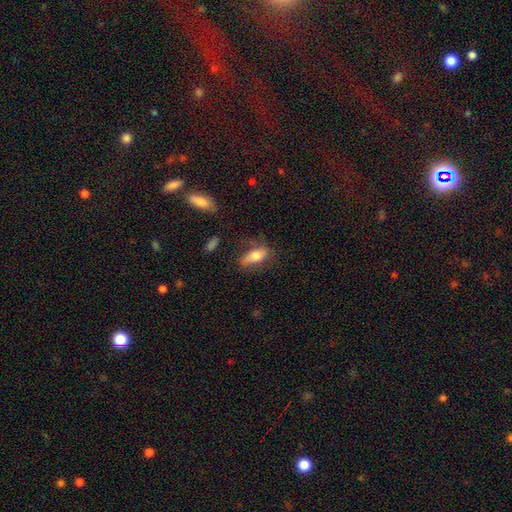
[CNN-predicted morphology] Smooth or featured? smooth (68%)
How rounded? in between (75%)
Merging? none (62%)